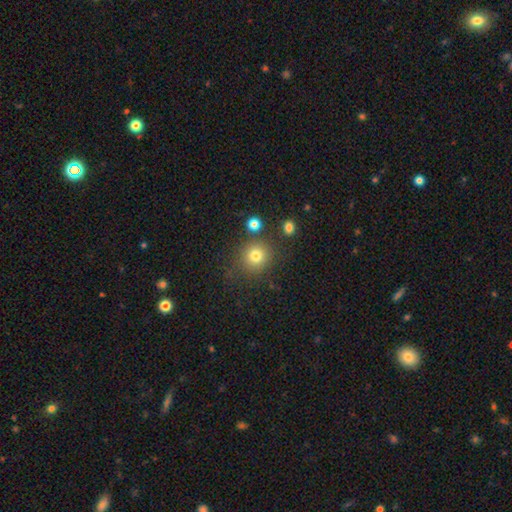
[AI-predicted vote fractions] Morphology: type=smooth (78%); roundness=round (90%); merging=none (79%).